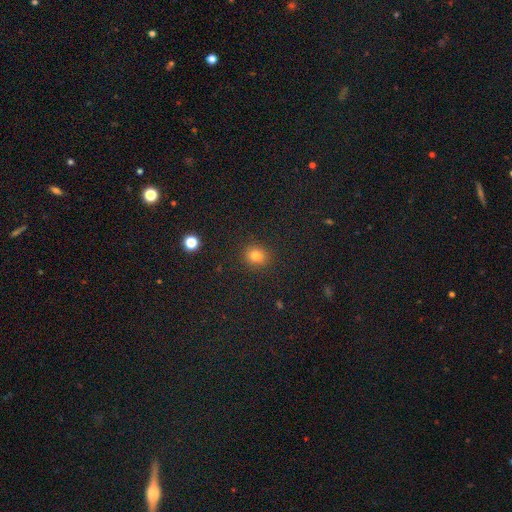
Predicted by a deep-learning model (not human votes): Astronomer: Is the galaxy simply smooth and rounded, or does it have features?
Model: smooth — 79%.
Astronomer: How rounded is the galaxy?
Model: round — 85%.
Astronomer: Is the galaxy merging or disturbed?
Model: none — 90%.